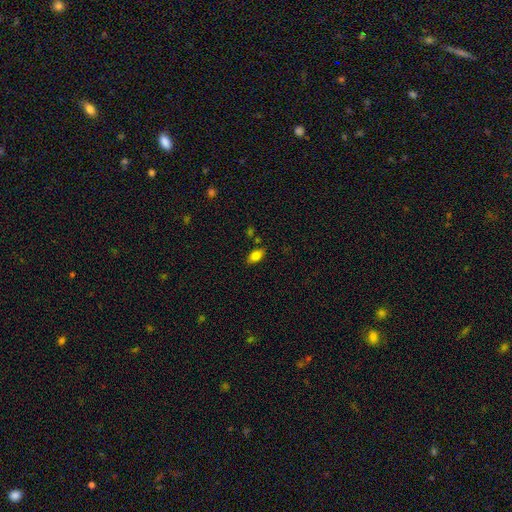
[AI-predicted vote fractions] smooth_or_featured: smooth (p=0.81) [alt: featured or disk p=0.10]
how_rounded: in between (p=0.89) [alt: round p=0.08]
merging: none (p=0.81) [alt: minor disturbance p=0.12]